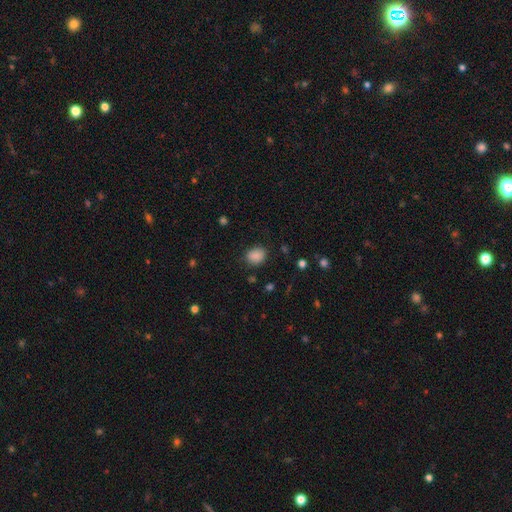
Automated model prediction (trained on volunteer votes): Smooth or featured?
  - smooth: 86% *
  - star or artifact: 10%
  - featured or disk: 4%
How rounded?
  - in between: 54% *
  - round: 46%
  - cigar-shaped: 1%
Merging?
  - none: 80% *
  - minor disturbance: 15%
  - major disturbance: 4%
  - merger: 1%